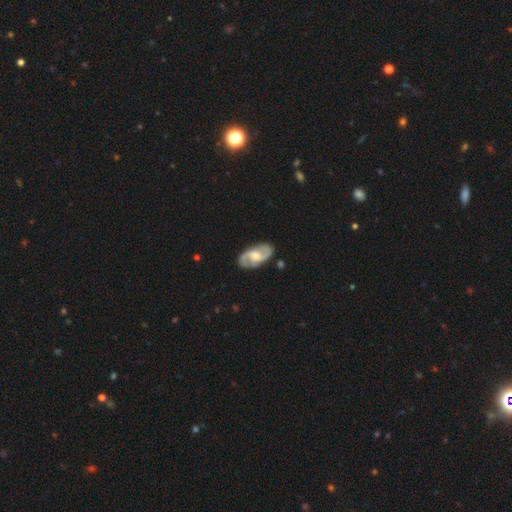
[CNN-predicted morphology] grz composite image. It shows a featured or disk galaxy (85%) with a weak bar (47%), 2 (92%) medium (54%) spiral arms (96%) and a moderate central bulge (54%). Merging: none (85%).